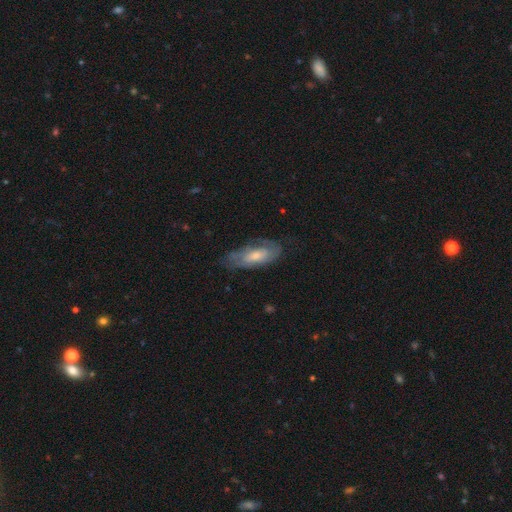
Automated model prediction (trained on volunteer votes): This is possibly a featured or disk galaxy (54%). It is clearly not viewed edge-on (84%). Merging: possibly none (57%).